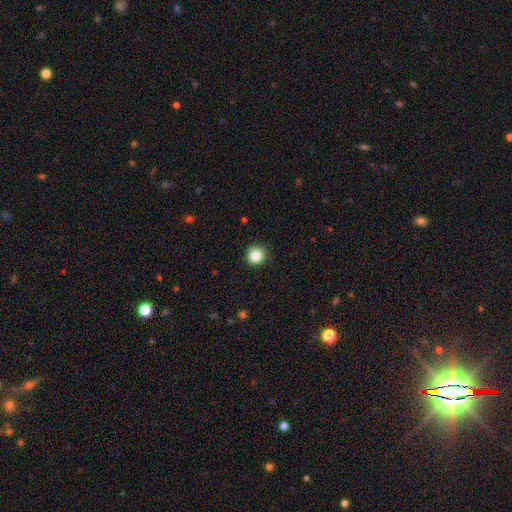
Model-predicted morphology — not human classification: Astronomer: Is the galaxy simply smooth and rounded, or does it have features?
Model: smooth — 85%.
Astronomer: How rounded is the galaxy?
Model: round — 95%.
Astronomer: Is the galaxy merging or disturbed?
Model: none — 91%.